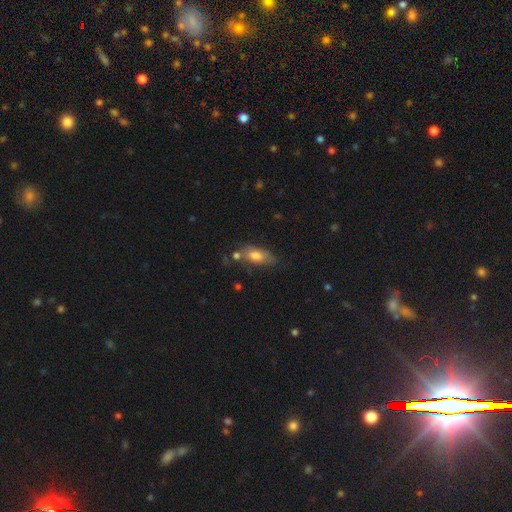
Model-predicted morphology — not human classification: type=smooth (72%); roundness=in between (82%); merging=none (53%).